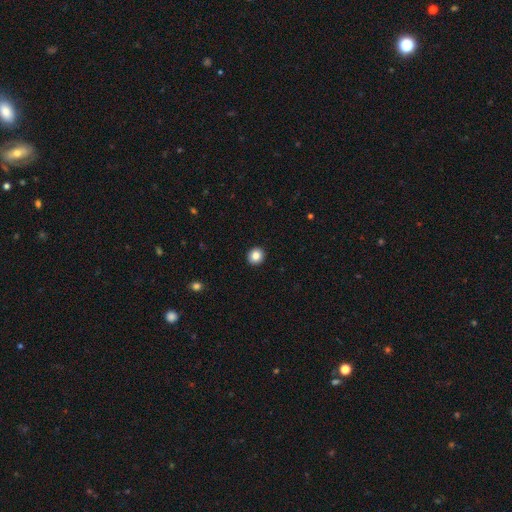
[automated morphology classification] smooth-or-featured: smooth: 85% | star or artifact: 9% | featured or disk: 5%
  how-rounded: round: 87% | in between: 12% | cigar-shaped: 1%
  merging: none: 93% | minor disturbance: 4% | major disturbance: 1% | merger: 1%